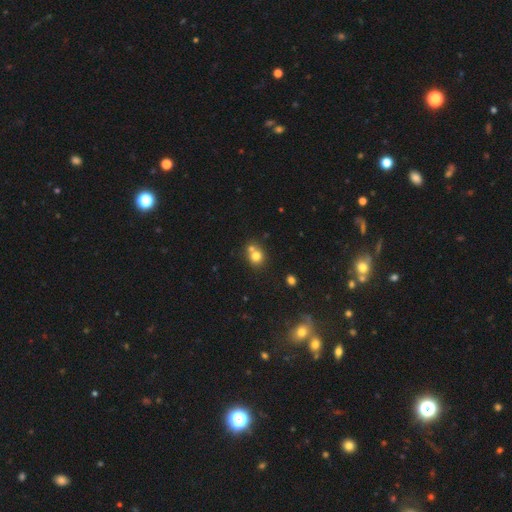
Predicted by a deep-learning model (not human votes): smooth 75%, star or artifact 13%, featured or disk 12%. Down the decision tree: how rounded — round (78%); merging — none (45%).